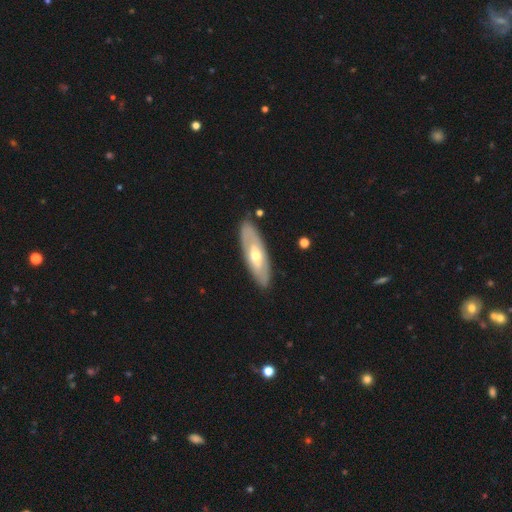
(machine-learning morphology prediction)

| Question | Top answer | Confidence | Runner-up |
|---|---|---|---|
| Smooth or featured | featured or disk | 60% | smooth (36%) |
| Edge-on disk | no | 73% | yes (27%) |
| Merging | none | 85% | minor disturbance (11%) |